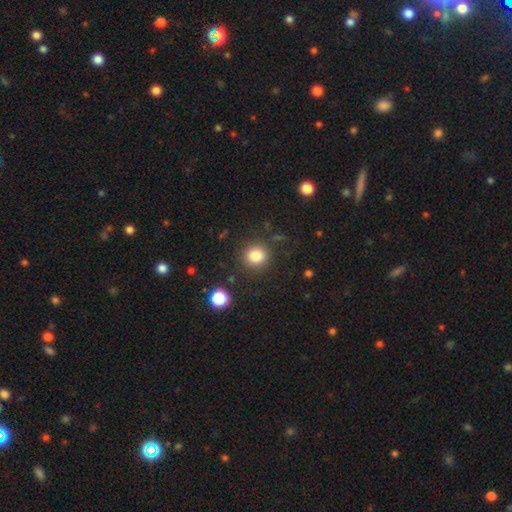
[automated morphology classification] Smooth or featured: smooth — 82% (star or artifact — 12%)
How rounded: round — 88% (in between — 11%)
Merging: none — 86% (minor disturbance — 8%)